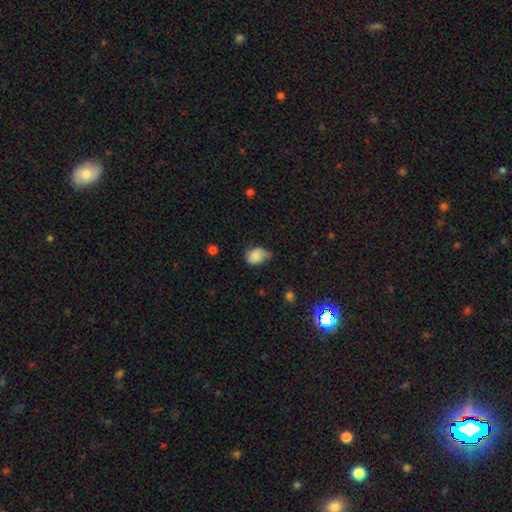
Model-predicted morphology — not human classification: smooth 76%, featured or disk 15%, star or artifact 9%. Down the decision tree: how rounded — in between (73%); merging — minor disturbance (43%).